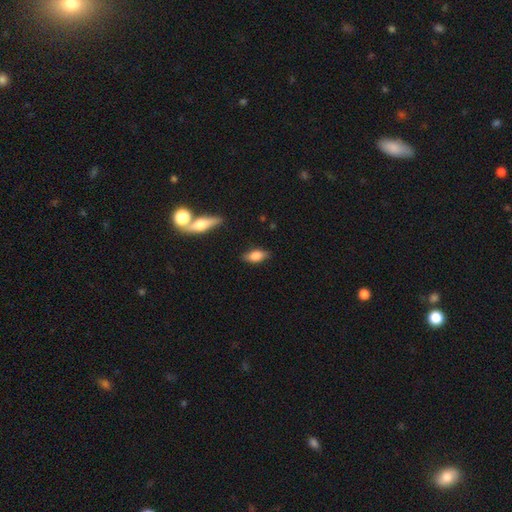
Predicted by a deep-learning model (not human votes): A smooth galaxy with no disk features (79%) that is in between round and cigar-shaped (85%).

Vote fractions:
- Smooth or featured? smooth: 79% / featured or disk: 14% / star or artifact: 7%
- How rounded? in between: 85% / cigar-shaped: 11% / round: 4%
- Merging? none: 81% / minor disturbance: 14% / major disturbance: 3% / merger: 2%